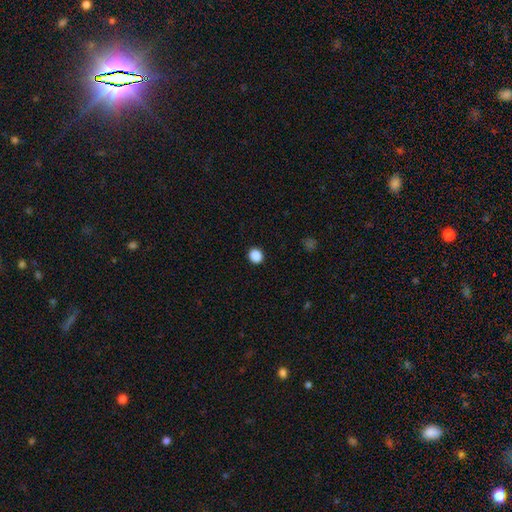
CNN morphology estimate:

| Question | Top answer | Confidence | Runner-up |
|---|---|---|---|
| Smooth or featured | smooth | 88% | star or artifact (10%) |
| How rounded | round | 81% | in between (18%) |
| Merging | none | 92% | minor disturbance (5%) |